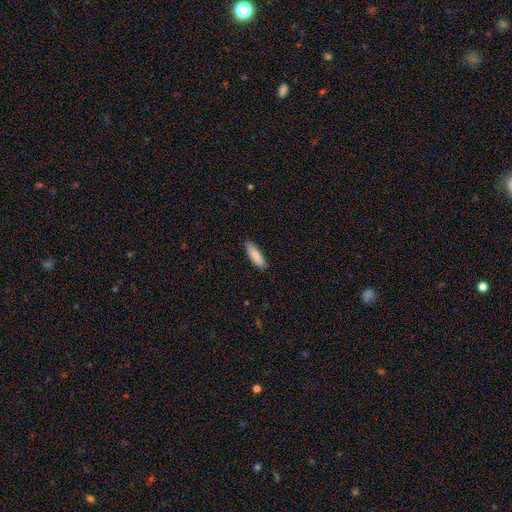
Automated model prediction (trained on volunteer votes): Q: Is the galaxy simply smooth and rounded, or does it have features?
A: smooth — 88%.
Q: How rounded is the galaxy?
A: cigar-shaped — 57%.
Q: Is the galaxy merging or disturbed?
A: none — 88%.